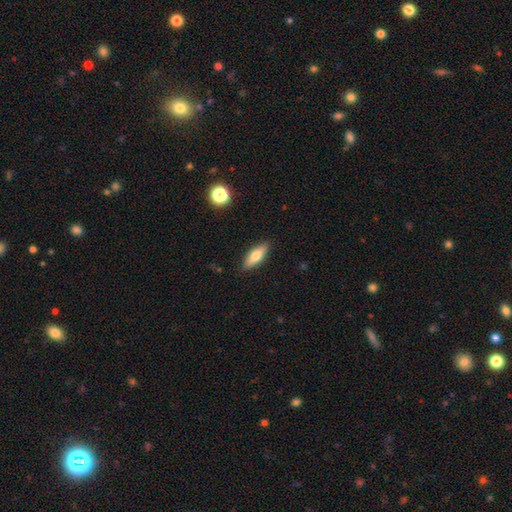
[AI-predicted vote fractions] smooth-or-featured: smooth: 68% | featured or disk: 25% | star or artifact: 7%
  how-rounded: in between: 64% | cigar-shaped: 34% | round: 3%
  merging: none: 87% | minor disturbance: 10% | major disturbance: 2% | merger: 1%